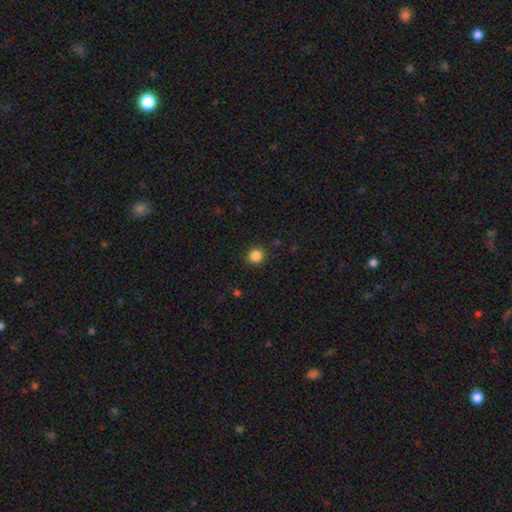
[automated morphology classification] smooth_or_featured: smooth (p=0.85) [alt: star or artifact p=0.11]
how_rounded: round (p=0.92) [alt: in between p=0.07]
merging: none (p=0.90) [alt: minor disturbance p=0.07]